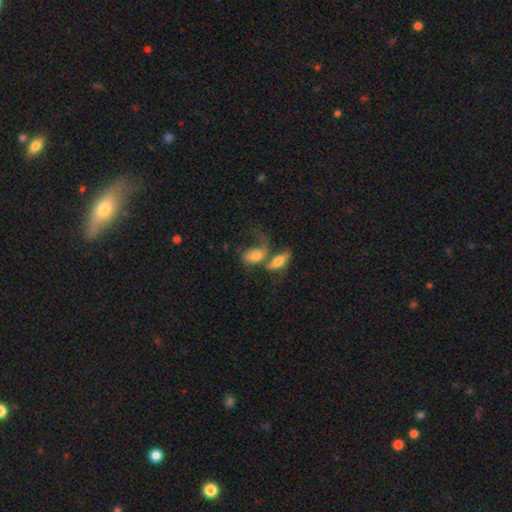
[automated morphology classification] Smooth or featured? Predicted: smooth (p=0.63). How rounded? Predicted: in between (p=0.86). Merging? Predicted: merger (p=0.56).